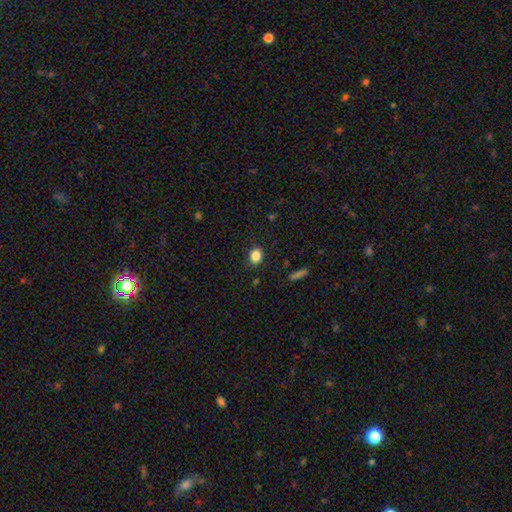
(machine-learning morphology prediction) Q: Smooth or featured?
A: smooth (86%); runner-up: star or artifact (10%)
Q: How rounded?
A: in between (50%); runner-up: round (49%)
Q: Merging?
A: none (87%); runner-up: minor disturbance (9%)